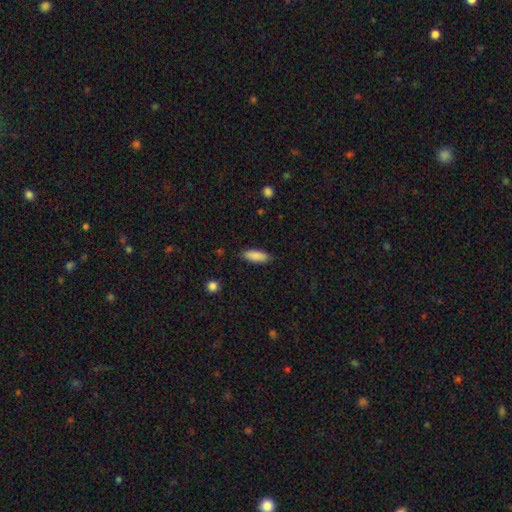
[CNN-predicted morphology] Smooth or featured?
  - smooth: 88% *
  - star or artifact: 6%
  - featured or disk: 6%
How rounded?
  - in between: 64% *
  - cigar-shaped: 34%
  - round: 2%
Merging?
  - none: 85% *
  - minor disturbance: 11%
  - major disturbance: 2%
  - merger: 1%